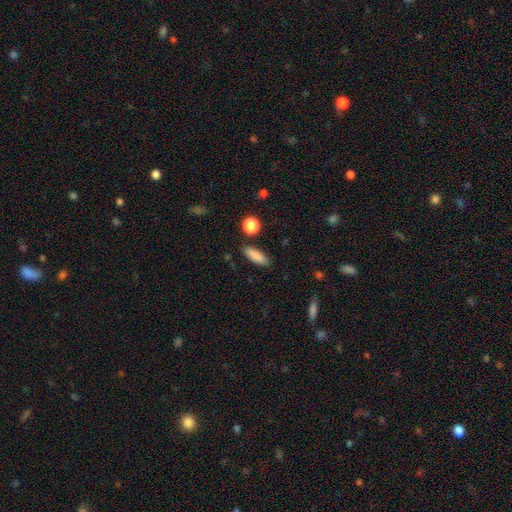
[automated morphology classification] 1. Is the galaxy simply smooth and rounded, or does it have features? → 86% smooth, 7% star or artifact, 7% featured or disk.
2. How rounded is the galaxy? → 57% in between, 40% cigar-shaped, 3% round.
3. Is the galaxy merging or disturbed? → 85% none, 10% minor disturbance, 3% merger, 2% major disturbance.